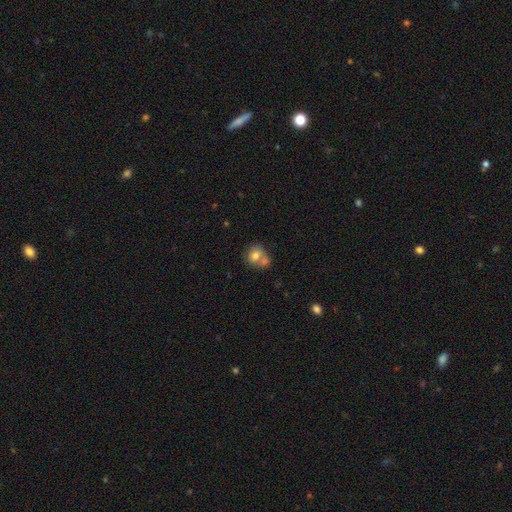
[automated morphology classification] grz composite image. It shows a smooth galaxy with no disk features (72%) that is round (65%). Merging: merger (52%).